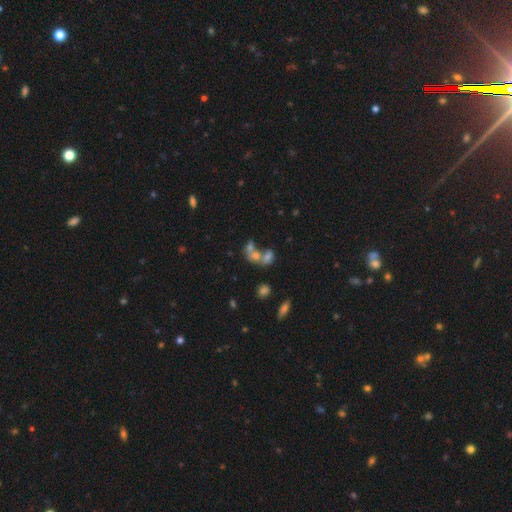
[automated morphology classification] smooth-or-featured: smooth: 49% | featured or disk: 29% | star or artifact: 23%
  merging: merger: 60% | none: 25% | major disturbance: 8% | minor disturbance: 7%